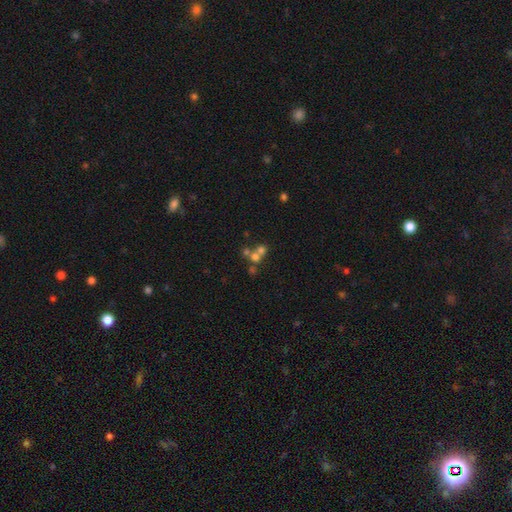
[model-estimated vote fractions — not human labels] Smooth or featured: smooth — 57% (featured or disk — 22%)
How rounded: round — 83% (in between — 16%)
Merging: merger — 54% (none — 36%)